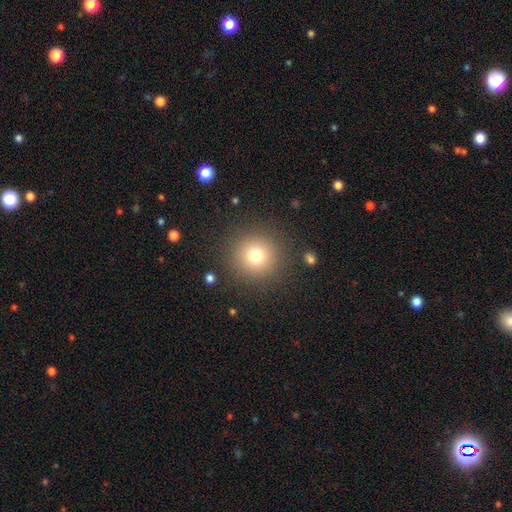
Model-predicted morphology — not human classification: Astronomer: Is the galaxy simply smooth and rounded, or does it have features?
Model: smooth — 75%.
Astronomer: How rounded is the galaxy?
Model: round — 95%.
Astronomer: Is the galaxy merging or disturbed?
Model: none — 88%.